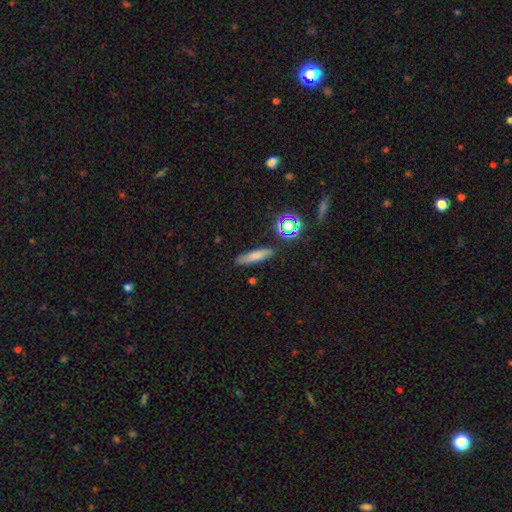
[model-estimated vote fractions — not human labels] A smooth galaxy with no disk features (71%) that is cigar-shaped (77%). Merging: none (84%).